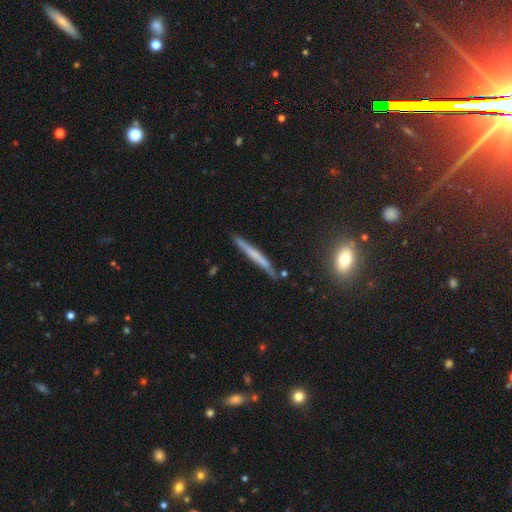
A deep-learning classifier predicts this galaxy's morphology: featured or disk 46% (tied), smooth 46% (tied), star or artifact 7%. Down the decision tree: merging — none (83%).